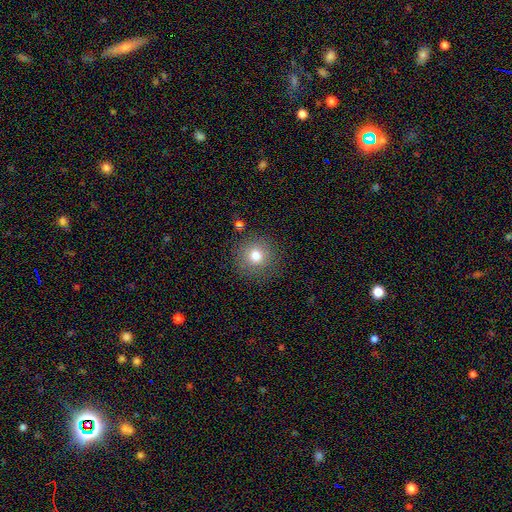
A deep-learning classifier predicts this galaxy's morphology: Smooth or featured? smooth (77%)
How rounded? round (93%)
Merging? none (86%)